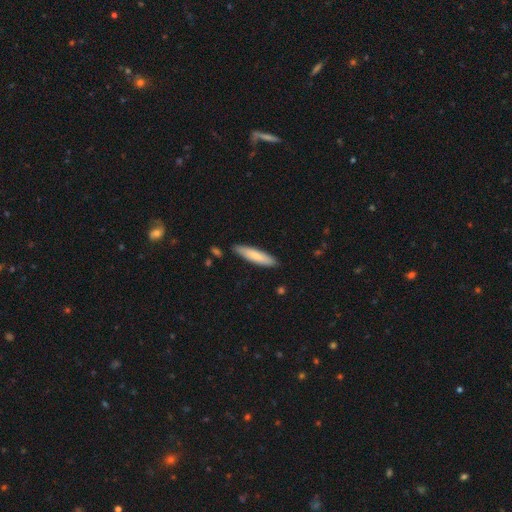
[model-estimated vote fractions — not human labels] This is likely a smooth galaxy (78%). How rounded: likely cigar-shaped (79%). Merging: clearly none (86%).